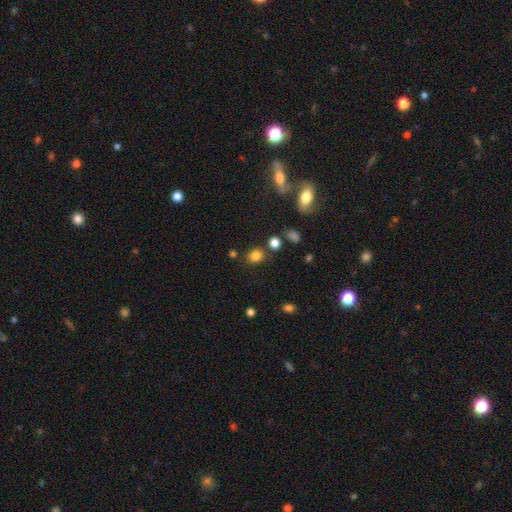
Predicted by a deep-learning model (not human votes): The model was most divided on "how rounded": round: 75%, in between: 24%, cigar-shaped: 1%. More confident: smooth or featured — smooth (82%); merging — none (80%).